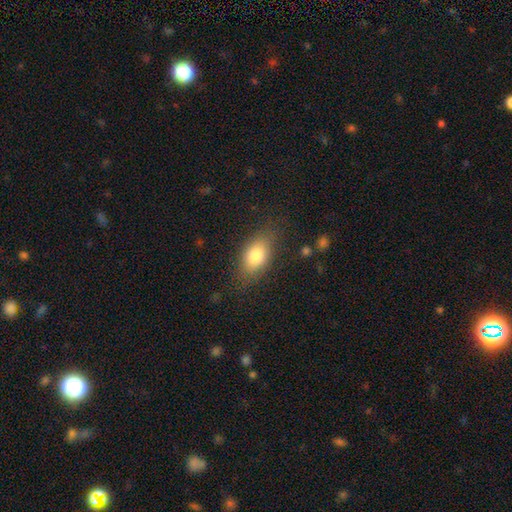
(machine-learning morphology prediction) This appears to be a smooth galaxy with no disk features (79%) that is in between round and cigar-shaped (85%). Merging: none (77%).